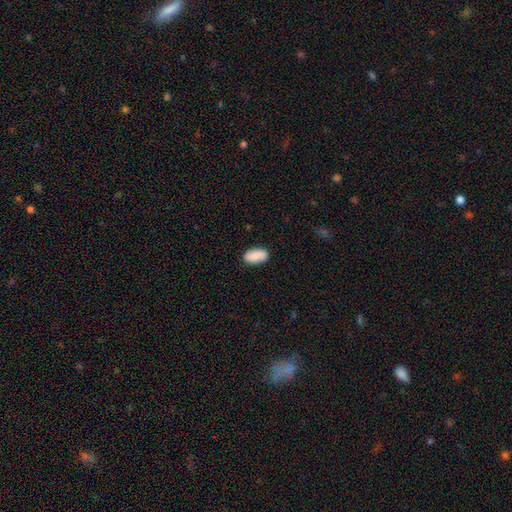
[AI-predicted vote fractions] The model was most divided on "smooth or featured": smooth: 80%, featured or disk: 14%, star or artifact: 6%. More confident: how rounded — in between (93%); merging — none (84%).